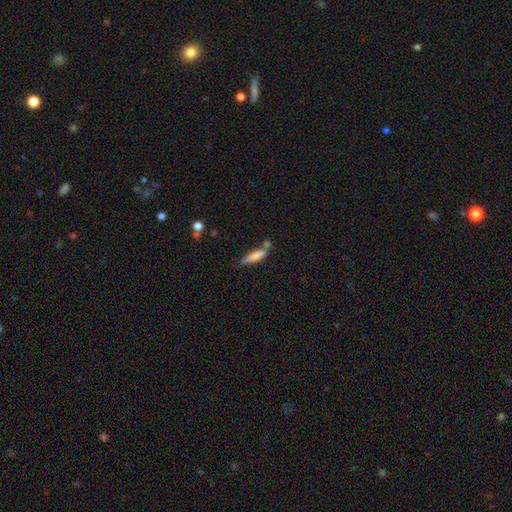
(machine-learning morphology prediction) The model was most divided on "merging": none: 54%, minor disturbance: 20%, merger: 20%, major disturbance: 5%. More confident: smooth or featured — smooth (73%); how rounded — cigar-shaped (73%).